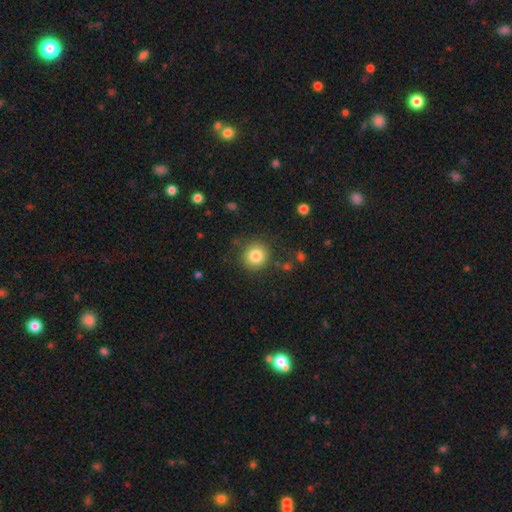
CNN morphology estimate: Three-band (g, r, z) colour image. It shows a smooth galaxy with no disk features (83%) that is round (92%). Merging: none (87%).